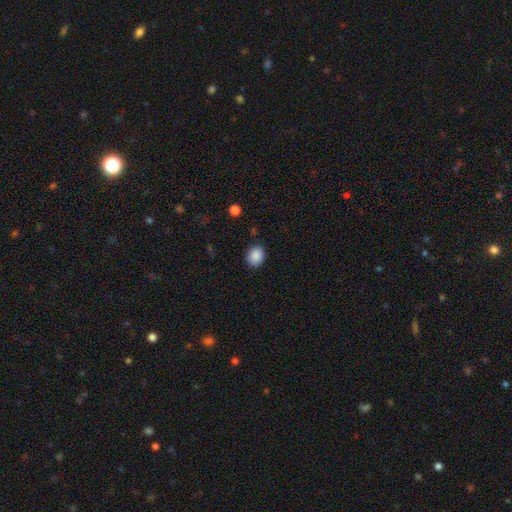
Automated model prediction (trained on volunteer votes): The model was most divided on "how rounded": round: 53%, in between: 46%, cigar-shaped: 1%. More confident: smooth or featured — smooth (88%); merging — none (85%).